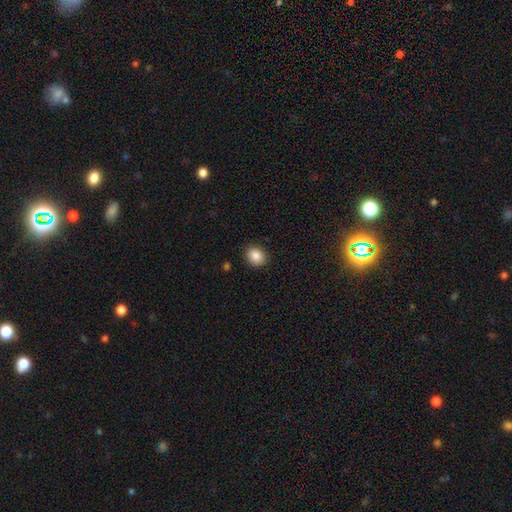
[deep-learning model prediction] This is clearly a smooth galaxy (87%). How rounded: likely round (69%). Merging: clearly none (90%).